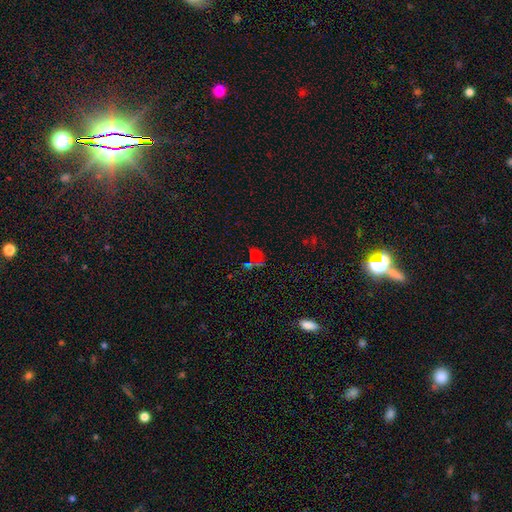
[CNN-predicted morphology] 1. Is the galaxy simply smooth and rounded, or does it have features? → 50% smooth, 41% star or artifact, 10% featured or disk.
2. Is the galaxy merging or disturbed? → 55% none, 22% merger, 15% minor disturbance, 9% major disturbance.